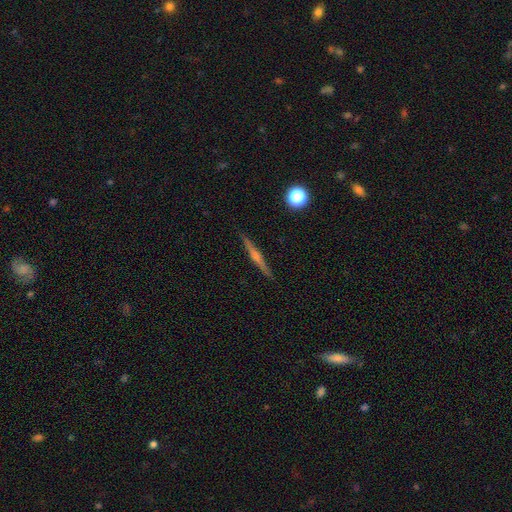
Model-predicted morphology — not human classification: Smooth or featured? featured or disk (76%)
Edge-on disk? yes (98%)
Edge-on bulge? rounded (85%)
Merging? none (92%)